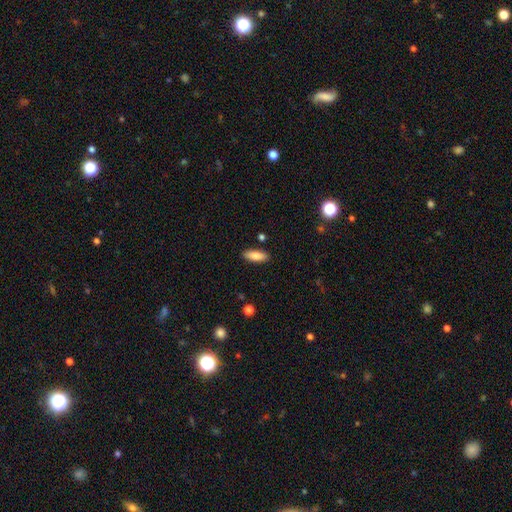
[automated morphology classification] smooth_or_featured: smooth (p=0.83) [alt: featured or disk p=0.10]
how_rounded: in between (p=0.71) [alt: cigar-shaped p=0.27]
merging: none (p=0.88) [alt: minor disturbance p=0.08]